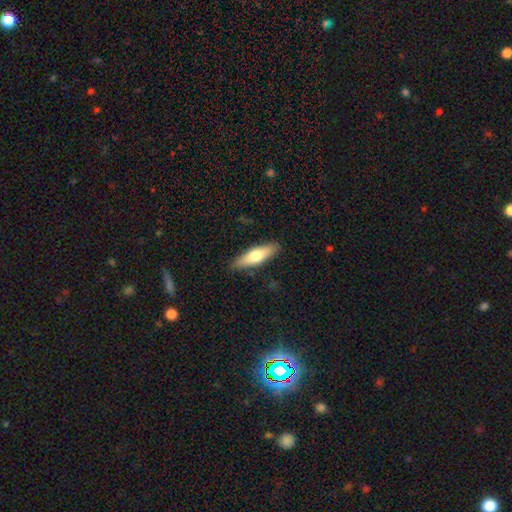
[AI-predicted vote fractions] smooth 64%, featured or disk 31%, star or artifact 5%. Down the decision tree: how rounded — cigar-shaped (59%); merging — none (87%).